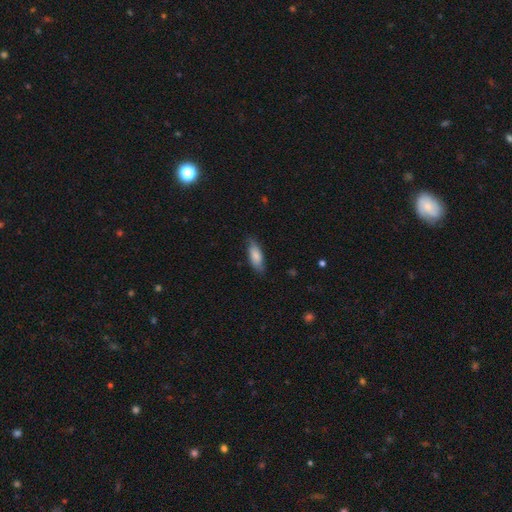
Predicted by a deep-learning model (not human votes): A smooth galaxy with no disk features (77%) that is in between round and cigar-shaped (70%).

Vote fractions:
- Smooth or featured? smooth: 77% / featured or disk: 17% / star or artifact: 6%
- How rounded? in between: 70% / cigar-shaped: 28% / round: 2%
- Merging? none: 76% / minor disturbance: 19% / major disturbance: 4% / merger: 1%